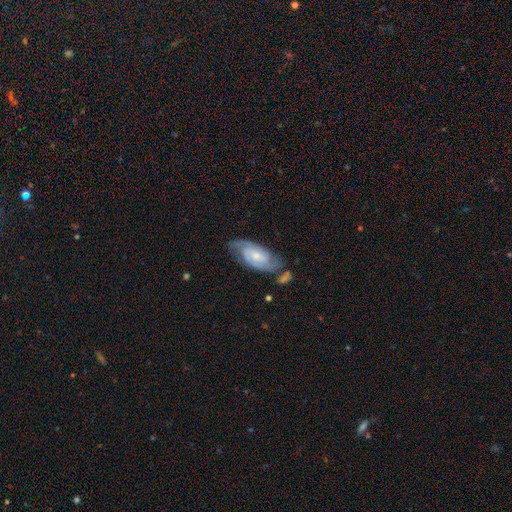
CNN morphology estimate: This is likely a featured or disk galaxy (79%). It is clearly not viewed edge-on (93%). Bar: possibly no (56%). Spiral arm pattern: clearly yes (95%). Spiral arm count: clearly 2 (81%). Spiral winding: possibly tight (47%). Central bulge: possibly small (54%). Merging: likely none (67%).